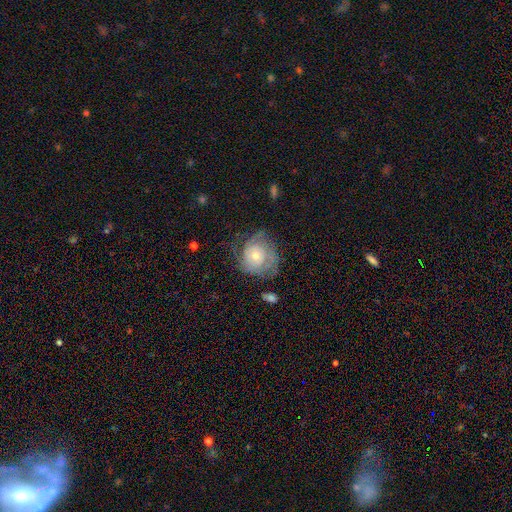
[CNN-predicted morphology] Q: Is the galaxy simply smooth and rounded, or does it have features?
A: featured or disk — 65%.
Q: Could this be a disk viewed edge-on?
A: no — 97%.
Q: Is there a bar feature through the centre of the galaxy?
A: no — 84%.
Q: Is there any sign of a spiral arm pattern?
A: yes — 80%.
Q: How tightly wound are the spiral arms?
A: tight — 62%.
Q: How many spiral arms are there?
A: can't tell — 49%.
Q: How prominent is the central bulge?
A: small — 48%.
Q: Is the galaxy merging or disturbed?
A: none — 54%.